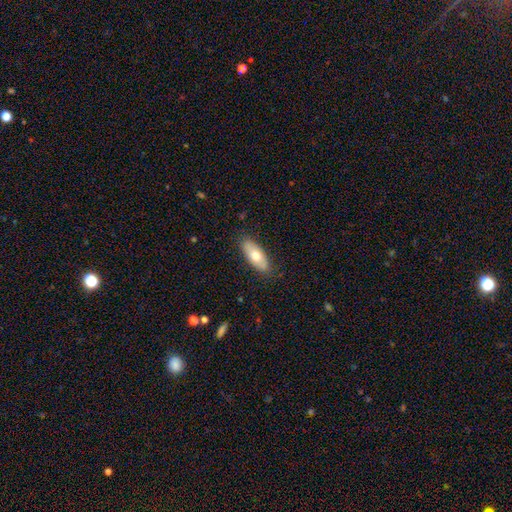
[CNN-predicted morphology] A smooth galaxy with no disk features (66%) that is in between round and cigar-shaped (77%).

Vote fractions:
- Smooth or featured? smooth: 66% / featured or disk: 28% / star or artifact: 6%
- How rounded? in between: 77% / cigar-shaped: 20% / round: 2%
- Merging? none: 86% / minor disturbance: 11% / major disturbance: 2% / merger: 1%